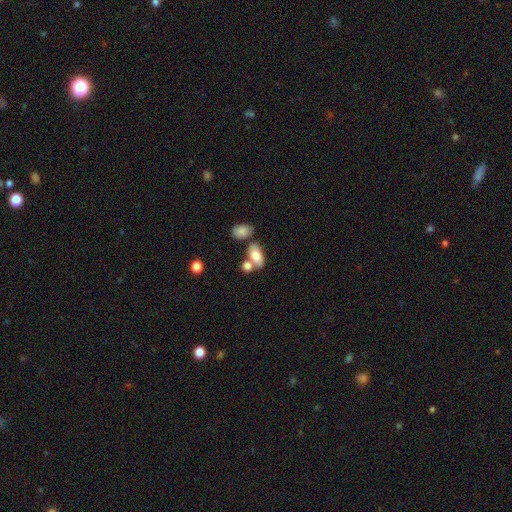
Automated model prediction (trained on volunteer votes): A smooth galaxy with no disk features (79%) that is in between round and cigar-shaped (90%).

Vote fractions:
- Smooth or featured? smooth: 79% / featured or disk: 14% / star or artifact: 8%
- How rounded? in between: 90% / round: 7% / cigar-shaped: 3%
- Merging? none: 45% / merger: 36% / minor disturbance: 13% / major disturbance: 5%